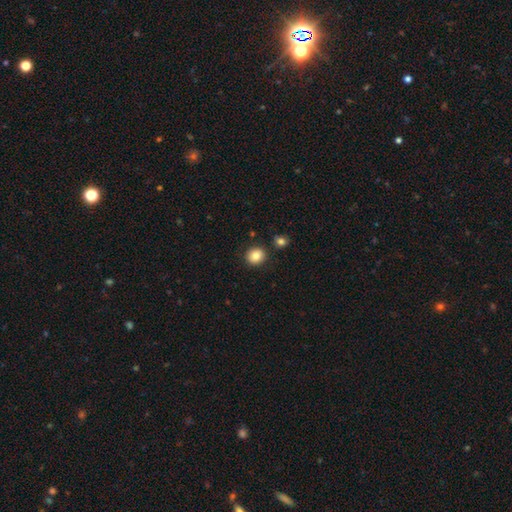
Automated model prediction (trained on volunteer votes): Overall: smooth (86%). How rounded: round (82%). Merging: none (86%).